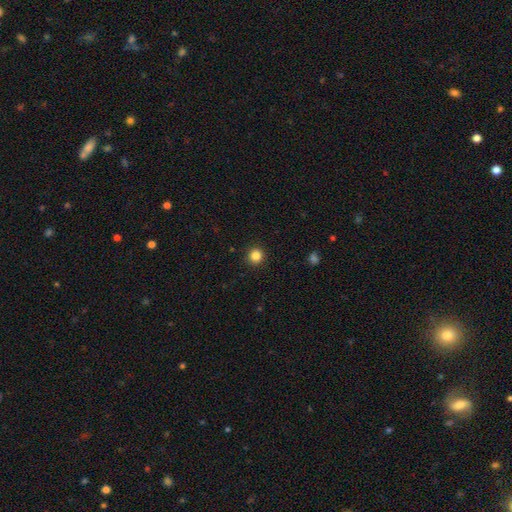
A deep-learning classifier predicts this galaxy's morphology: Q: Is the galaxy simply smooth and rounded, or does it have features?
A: smooth — 84%.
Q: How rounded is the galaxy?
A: round — 93%.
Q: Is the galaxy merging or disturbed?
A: none — 92%.